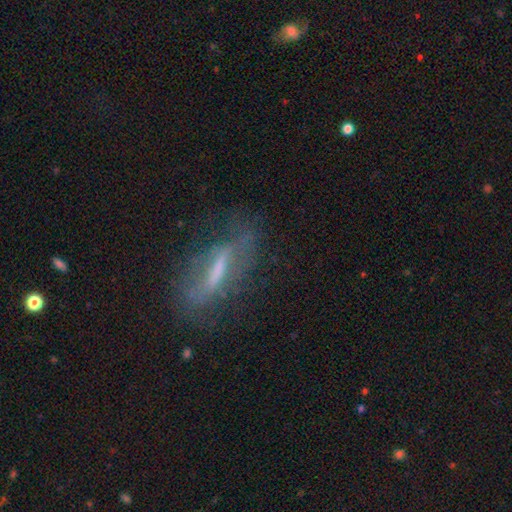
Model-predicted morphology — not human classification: smooth-or-featured: featured or disk: 59% | smooth: 31% | star or artifact: 11%
  disk-edge-on: no: 60% | yes: 40%
  merging: none: 64% | minor disturbance: 21% | major disturbance: 13% | merger: 2%